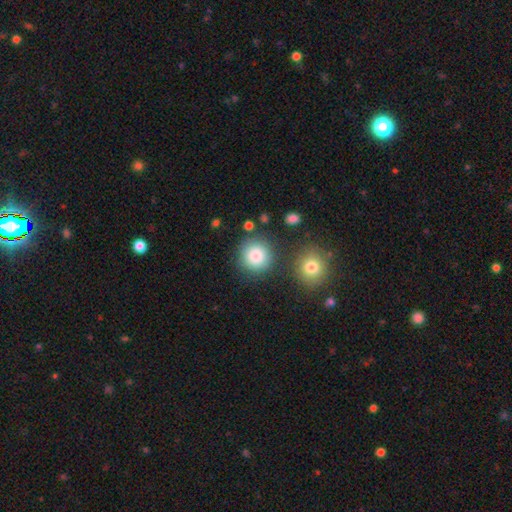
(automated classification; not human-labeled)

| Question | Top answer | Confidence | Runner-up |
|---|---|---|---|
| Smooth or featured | smooth | 84% | star or artifact (10%) |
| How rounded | round | 93% | in between (6%) |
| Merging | none | 81% | minor disturbance (9%) |